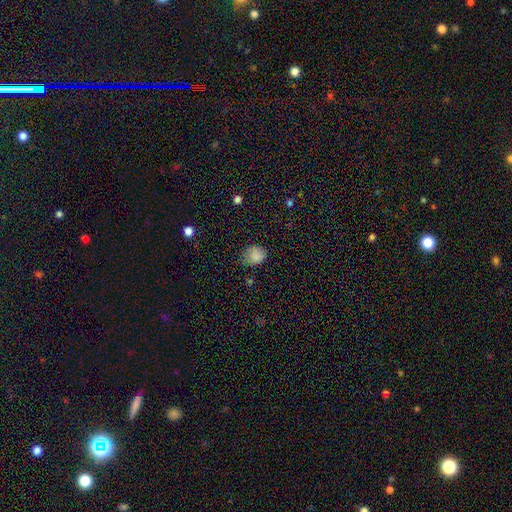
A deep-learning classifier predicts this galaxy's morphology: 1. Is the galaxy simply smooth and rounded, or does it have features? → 81% smooth, 12% star or artifact, 7% featured or disk.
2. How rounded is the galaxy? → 59% round, 40% in between, 1% cigar-shaped.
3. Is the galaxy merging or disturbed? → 60% none, 29% minor disturbance, 8% major disturbance, 2% merger.